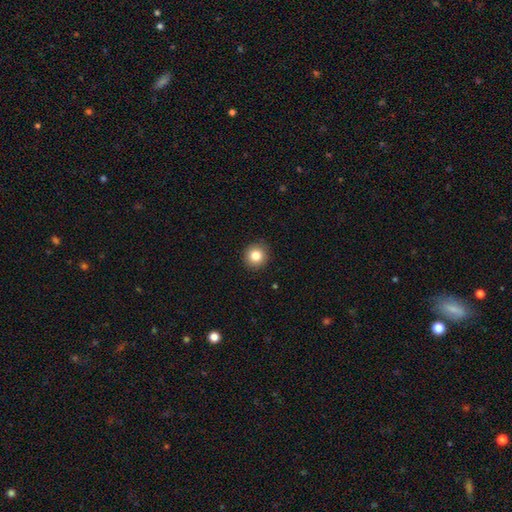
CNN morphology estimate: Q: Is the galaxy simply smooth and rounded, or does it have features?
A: smooth — 83%.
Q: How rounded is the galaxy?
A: round — 92%.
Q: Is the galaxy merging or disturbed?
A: none — 91%.